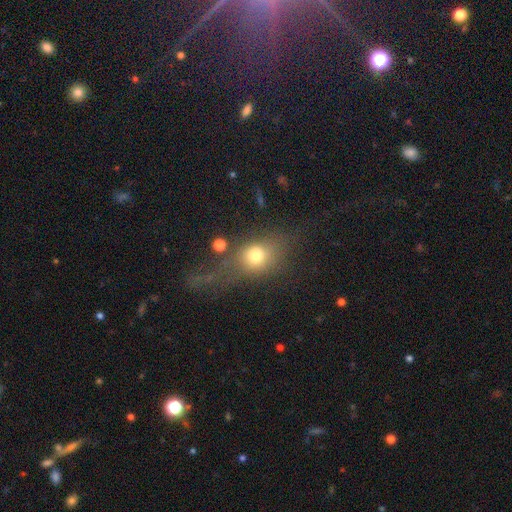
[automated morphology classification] Smooth or featured: smooth — 69% (featured or disk — 17%)
How rounded: in between — 49% (round — 47%)
Merging: none — 36% (major disturbance — 35%)